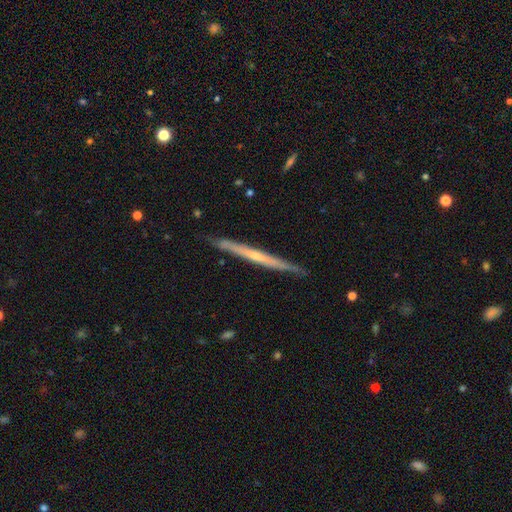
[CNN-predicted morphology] Smooth or featured?
  - featured or disk: 67% *
  - smooth: 27%
  - star or artifact: 5%
Edge-on disk?
  - yes: 96% *
  - no: 4%
Edge-on bulge?
  - none: 53% *
  - rounded: 44%
  - boxy: 4%
Merging?
  - none: 85% *
  - minor disturbance: 12%
  - major disturbance: 2%
  - merger: 1%